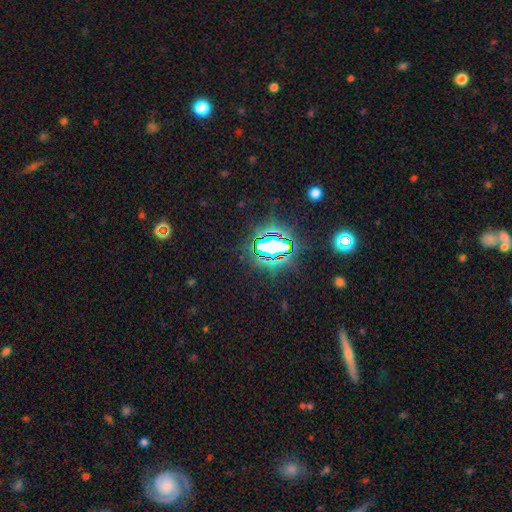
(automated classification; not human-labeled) A star or artifact, not a galaxy (79%).

Vote fractions:
- Smooth or featured? star or artifact: 79% / smooth: 13% / featured or disk: 8%